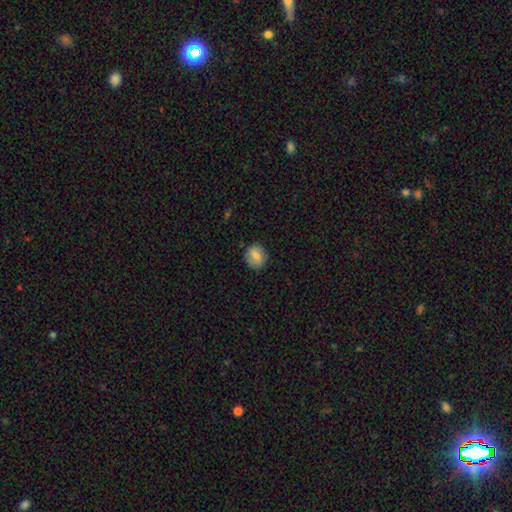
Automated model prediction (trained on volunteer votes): Smooth or featured? smooth (73%)
How rounded? round (73%)
Merging? none (83%)